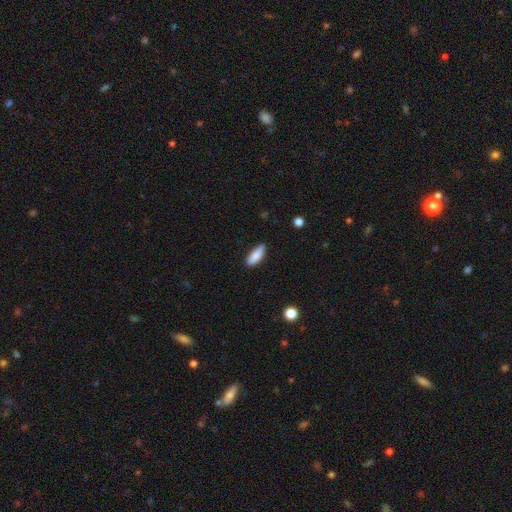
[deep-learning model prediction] Morphology: type=smooth (86%); roundness=in between (64%); merging=none (85%).